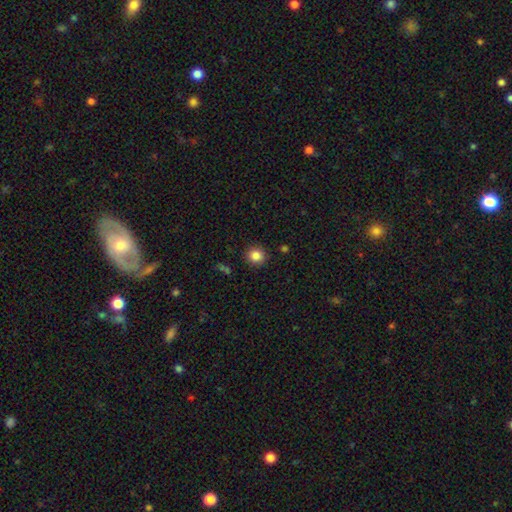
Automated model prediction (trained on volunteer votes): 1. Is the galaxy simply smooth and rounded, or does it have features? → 85% smooth, 11% star or artifact, 5% featured or disk.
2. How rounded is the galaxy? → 90% round, 9% in between, 1% cigar-shaped.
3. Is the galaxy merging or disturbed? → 90% none, 7% minor disturbance, 2% major disturbance, 2% merger.